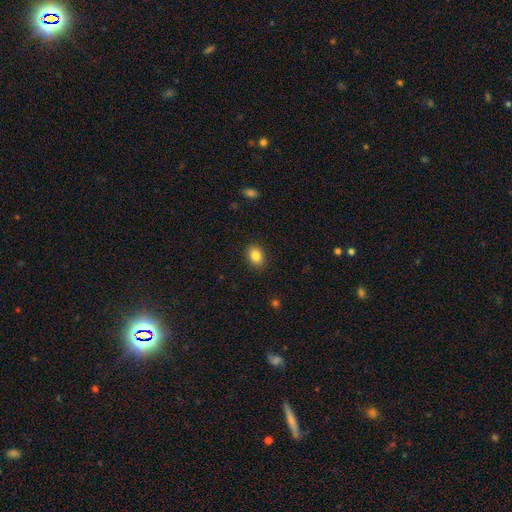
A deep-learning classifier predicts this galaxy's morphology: Smooth or featured: smooth — 85% (star or artifact — 9%)
How rounded: in between — 67% (round — 32%)
Merging: none — 88% (minor disturbance — 8%)